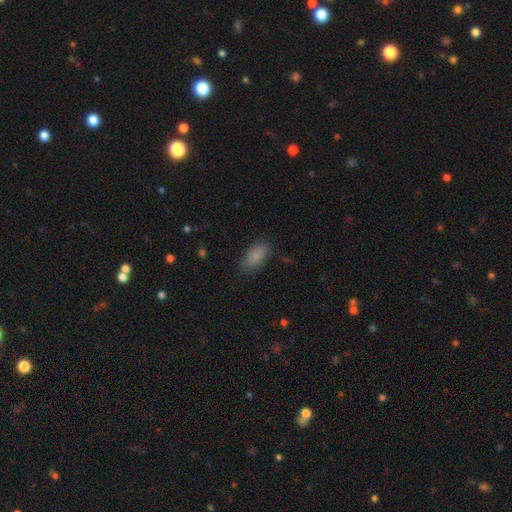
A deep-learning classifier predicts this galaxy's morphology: This appears to be a smooth galaxy with no disk features (85%) that is in between round and cigar-shaped (90%). Merging: none (78%).